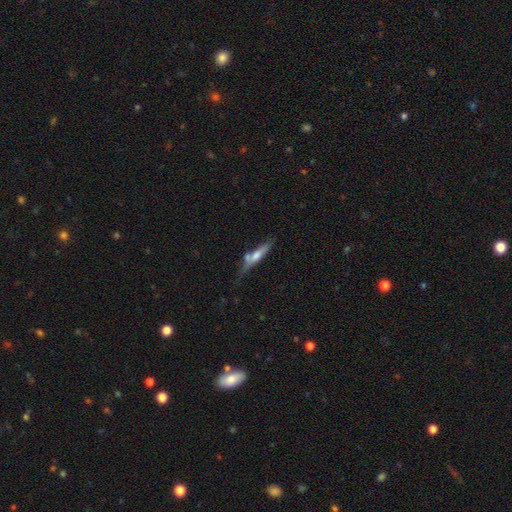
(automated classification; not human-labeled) Smooth or featured?
  - smooth: 50% *
  - featured or disk: 43%
  - star or artifact: 7%
Merging?
  - none: 47% *
  - minor disturbance: 22%
  - merger: 22%
  - major disturbance: 9%